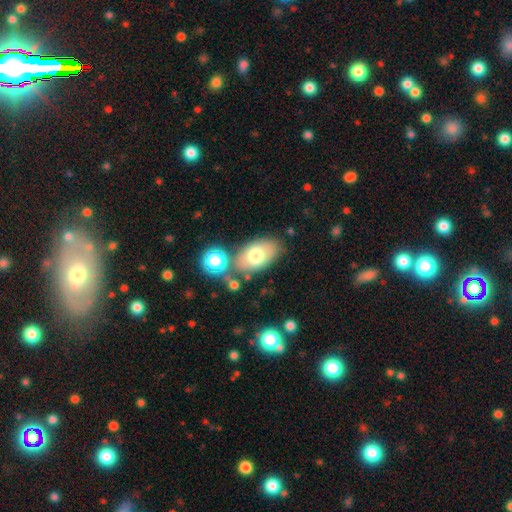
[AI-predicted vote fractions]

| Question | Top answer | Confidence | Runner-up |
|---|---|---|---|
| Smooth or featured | smooth | 70% | featured or disk (21%) |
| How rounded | in between | 90% | round (8%) |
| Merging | none | 68% | minor disturbance (15%) |